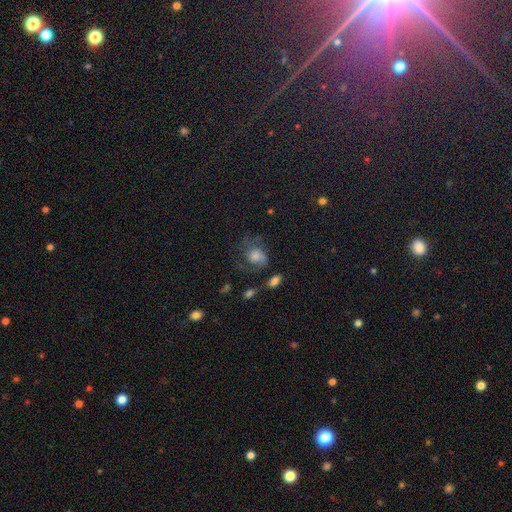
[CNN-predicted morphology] This appears to be a featured or disk galaxy (52%) with no bar (74%), spiral arms (80%) and a moderate central bulge (37%). Merging: none (46%).